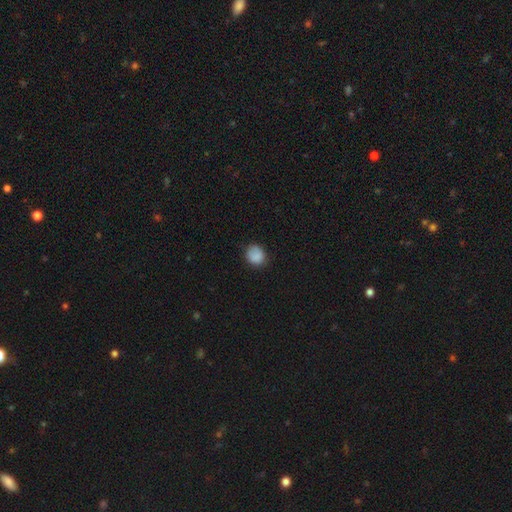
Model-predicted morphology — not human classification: Overall: smooth (85%). How rounded: round (74%). Merging: none (76%).